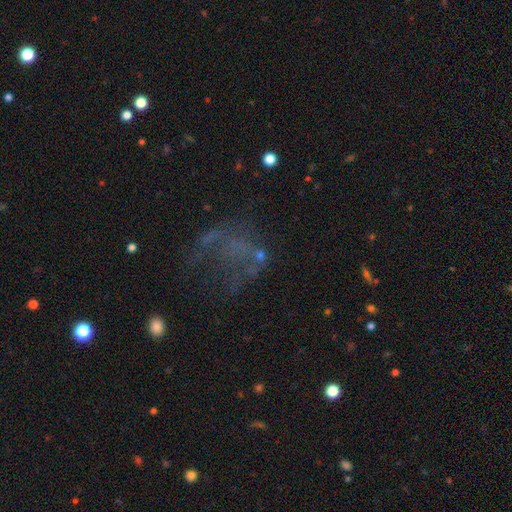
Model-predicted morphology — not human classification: Smooth or featured? Predicted: featured or disk (p=0.42). Merging? Predicted: major disturbance (p=0.42).